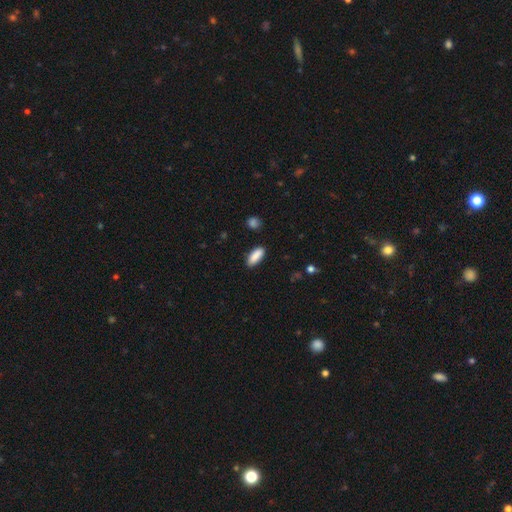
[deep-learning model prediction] This is clearly a smooth galaxy (89%). How rounded: likely in between (73%). Merging: clearly none (87%).